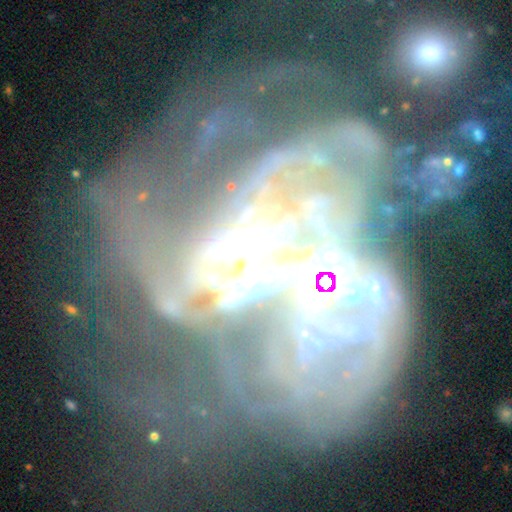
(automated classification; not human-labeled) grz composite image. It shows a featured or disk galaxy (76%) with no bar (72%), spiral arms (51%) and no central bulge (37%). Merging: major disturbance (43%).